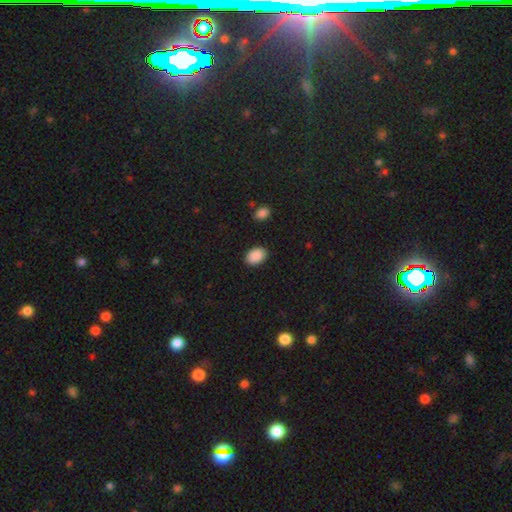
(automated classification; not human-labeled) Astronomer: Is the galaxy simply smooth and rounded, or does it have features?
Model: smooth — 89%.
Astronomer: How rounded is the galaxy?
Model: in between — 78%.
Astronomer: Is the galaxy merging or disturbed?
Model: none — 88%.